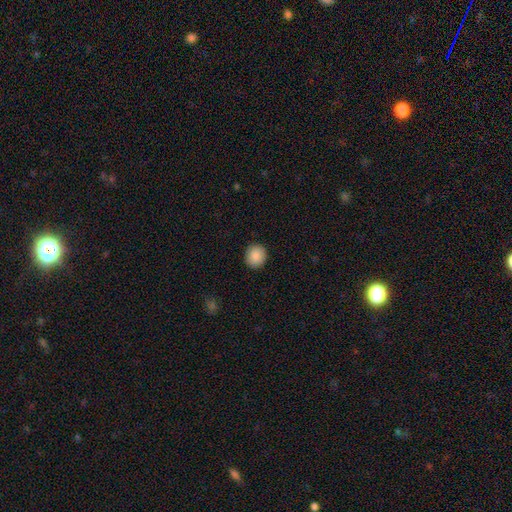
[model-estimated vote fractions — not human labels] Smooth or featured?
  - smooth: 89% *
  - star or artifact: 8%
  - featured or disk: 3%
How rounded?
  - round: 80% *
  - in between: 19%
  - cigar-shaped: 1%
Merging?
  - none: 91% *
  - minor disturbance: 6%
  - major disturbance: 2%
  - merger: 1%